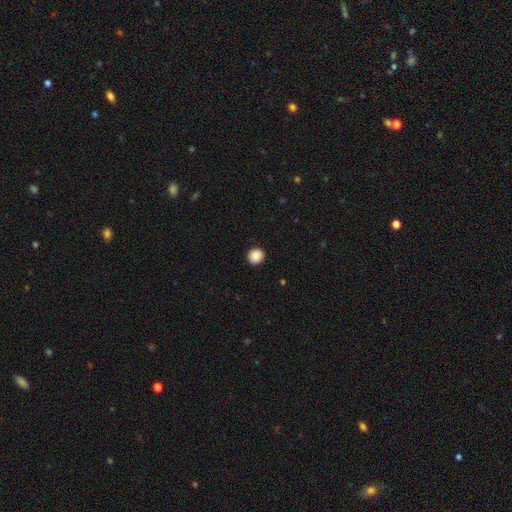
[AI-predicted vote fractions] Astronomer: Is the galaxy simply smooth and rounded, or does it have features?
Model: smooth — 89%.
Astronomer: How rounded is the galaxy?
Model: round — 90%.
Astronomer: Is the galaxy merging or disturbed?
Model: none — 92%.